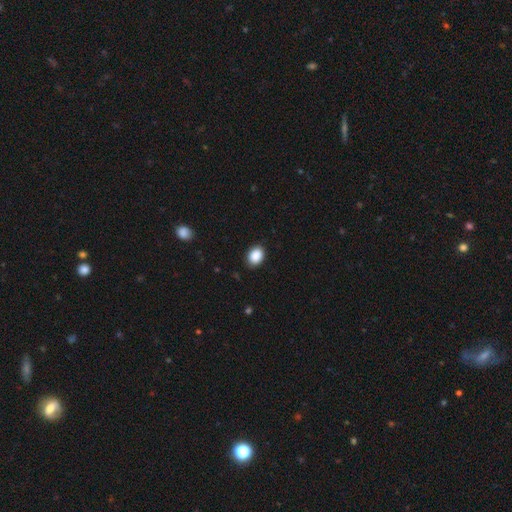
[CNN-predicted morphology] smooth-or-featured: smooth: 89% | star or artifact: 8% | featured or disk: 3%
  how-rounded: in between: 63% | round: 36% | cigar-shaped: 1%
  merging: none: 86% | minor disturbance: 11% | major disturbance: 2% | merger: 1%